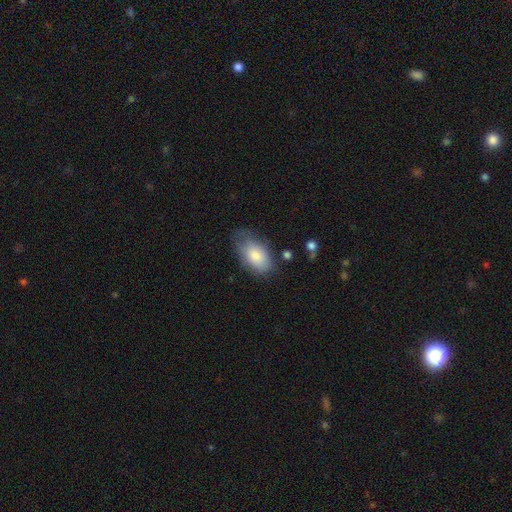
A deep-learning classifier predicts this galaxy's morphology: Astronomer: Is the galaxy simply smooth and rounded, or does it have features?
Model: smooth — 79%.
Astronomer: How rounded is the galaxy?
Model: in between — 93%.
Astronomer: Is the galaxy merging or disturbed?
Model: none — 58%.